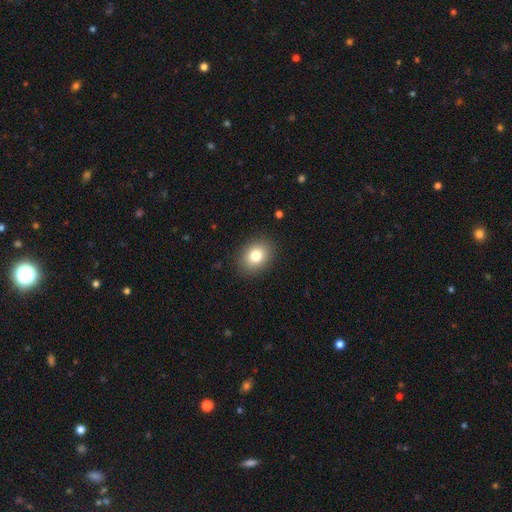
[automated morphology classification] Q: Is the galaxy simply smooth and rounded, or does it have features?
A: smooth — 81%.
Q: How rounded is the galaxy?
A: in between — 59%.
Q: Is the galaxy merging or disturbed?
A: none — 88%.